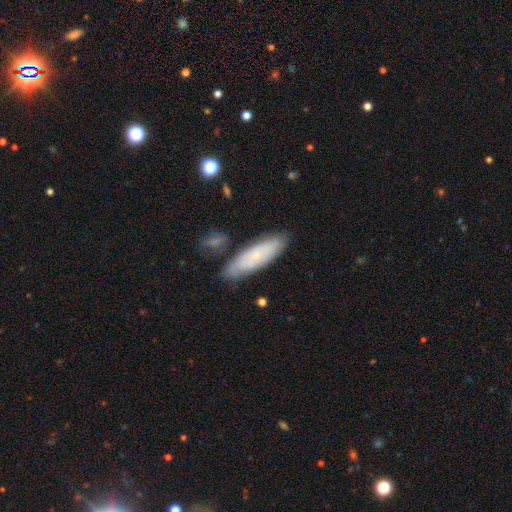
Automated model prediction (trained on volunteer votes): Overall: smooth (58%; featured or disk 35%). How rounded: cigar-shaped (55%; in between 43%). Merging: none (76%).